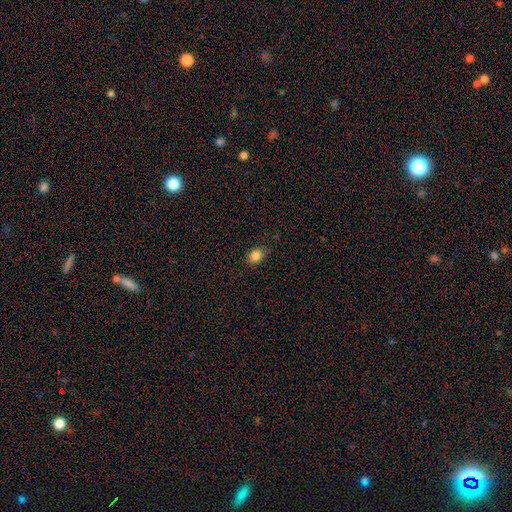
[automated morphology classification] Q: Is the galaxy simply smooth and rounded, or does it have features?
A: smooth — 85%.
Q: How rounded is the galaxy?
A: in between — 55%.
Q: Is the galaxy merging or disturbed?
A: none — 80%.